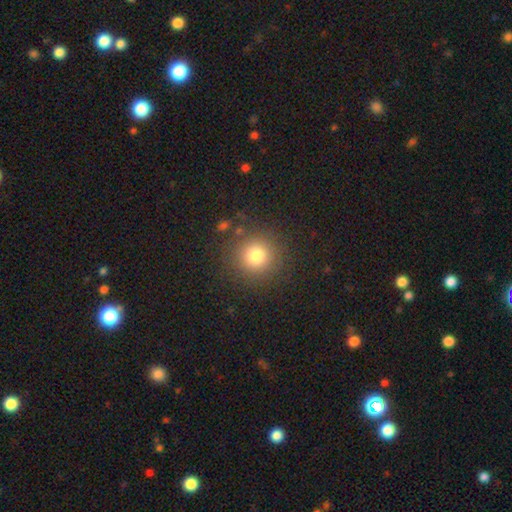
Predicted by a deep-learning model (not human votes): A smooth galaxy with no disk features (78%) that is round (93%).

Vote fractions:
- Smooth or featured? smooth: 78% / star or artifact: 13% / featured or disk: 8%
- How rounded? round: 93% / in between: 6% / cigar-shaped: 1%
- Merging? none: 86% / minor disturbance: 8% / major disturbance: 4% / merger: 2%